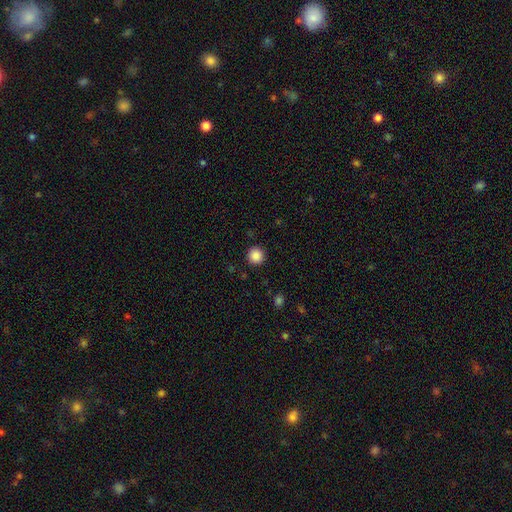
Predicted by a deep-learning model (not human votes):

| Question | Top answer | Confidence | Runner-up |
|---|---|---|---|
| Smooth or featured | smooth | 87% | star or artifact (10%) |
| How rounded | round | 95% | in between (4%) |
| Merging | none | 92% | minor disturbance (5%) |